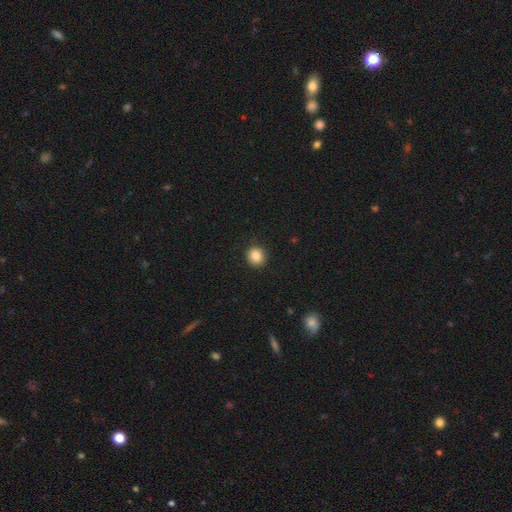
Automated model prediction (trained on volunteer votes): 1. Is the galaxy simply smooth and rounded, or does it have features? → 86% smooth, 10% star or artifact, 4% featured or disk.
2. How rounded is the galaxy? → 87% round, 12% in between, 1% cigar-shaped.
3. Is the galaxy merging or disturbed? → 91% none, 6% minor disturbance, 2% major disturbance, 1% merger.